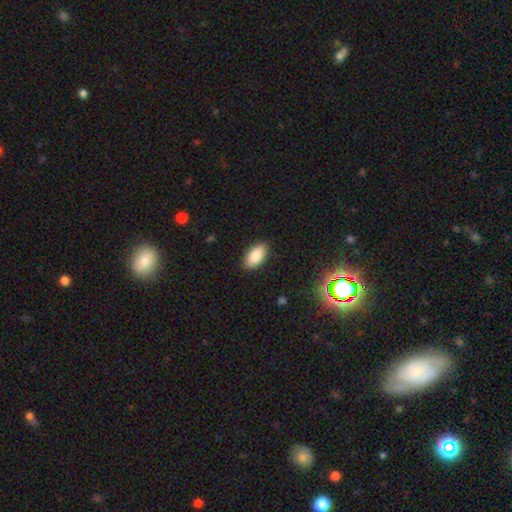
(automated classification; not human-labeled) Smooth or featured?
  - smooth: 87% *
  - star or artifact: 7%
  - featured or disk: 6%
How rounded?
  - in between: 95% *
  - round: 3%
  - cigar-shaped: 3%
Merging?
  - none: 88% *
  - minor disturbance: 9%
  - major disturbance: 2%
  - merger: 1%